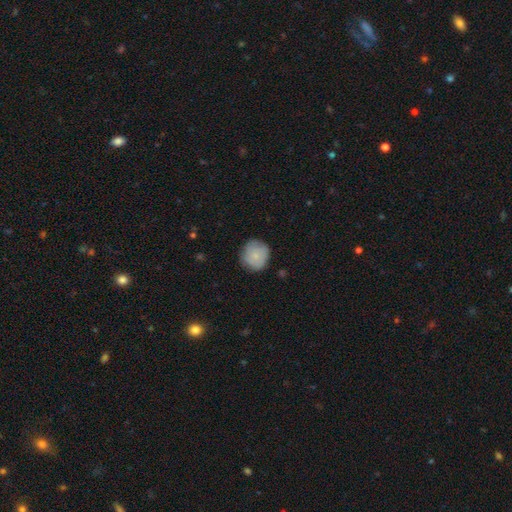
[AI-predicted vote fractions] smooth-or-featured: smooth: 81% | featured or disk: 13% | star or artifact: 7%
  how-rounded: round: 88% | in between: 11% | cigar-shaped: 1%
  merging: none: 79% | minor disturbance: 16% | major disturbance: 3% | merger: 1%